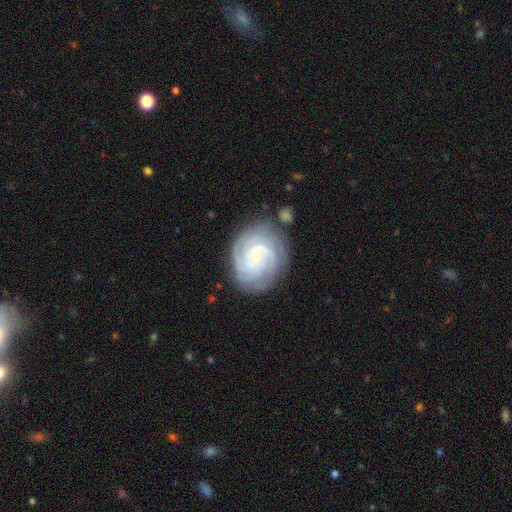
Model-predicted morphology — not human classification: The model was most divided on "spiral arm count": 3: 28%, 2: 21%, can't tell: 21%, 4: 18%, more than 4: 6%, 1: 5%. More confident: edge-on disk — no (98%); spiral arms — yes (97%); smooth or featured — featured or disk (86%); merging — none (78%); bulge size — small (77%); spiral winding — tight (72%); bar — no (61%).